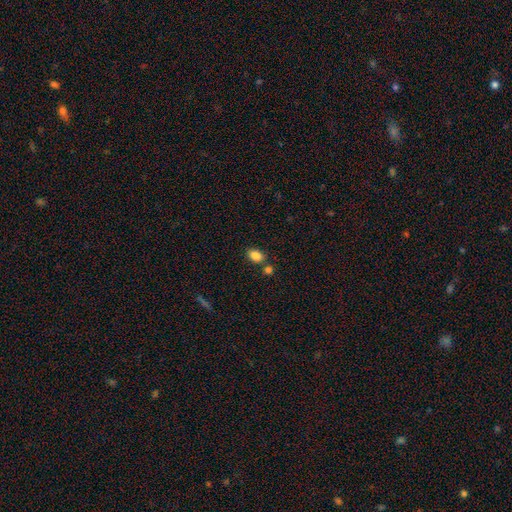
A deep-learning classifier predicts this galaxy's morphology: Smooth or featured?
  - smooth: 86% *
  - star or artifact: 9%
  - featured or disk: 5%
How rounded?
  - in between: 82% *
  - round: 17%
  - cigar-shaped: 1%
Merging?
  - none: 72% *
  - merger: 15%
  - minor disturbance: 10%
  - major disturbance: 3%